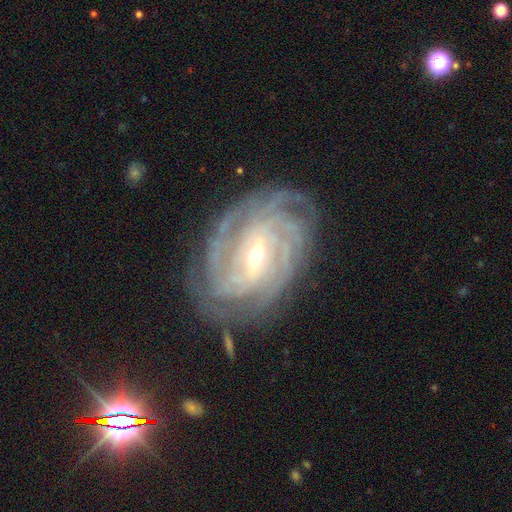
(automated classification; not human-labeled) A featured or disk galaxy (91%) with a weak bar (46%), 4 (32%) tight (78%) spiral arms (98%) and a small central bulge (55%). Merging: none (79%).